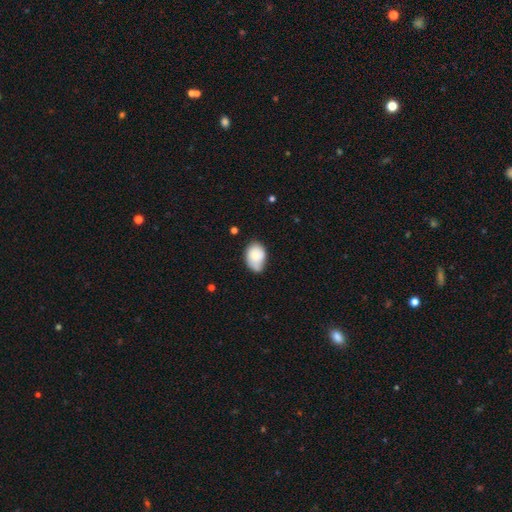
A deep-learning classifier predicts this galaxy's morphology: type=smooth (75%); roundness=in between (77%); merging=none (49%).